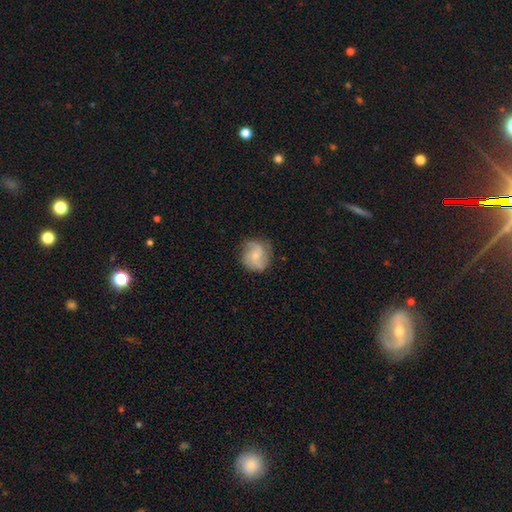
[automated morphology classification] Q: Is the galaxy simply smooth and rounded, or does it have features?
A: featured or disk — 61%.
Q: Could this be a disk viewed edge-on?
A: no — 98%.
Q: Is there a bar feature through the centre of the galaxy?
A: no — 65%.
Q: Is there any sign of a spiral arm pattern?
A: yes — 92%.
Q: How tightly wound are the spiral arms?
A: medium — 47%.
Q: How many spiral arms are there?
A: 2 — 48%.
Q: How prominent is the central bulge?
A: small — 63%.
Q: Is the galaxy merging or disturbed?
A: none — 75%.